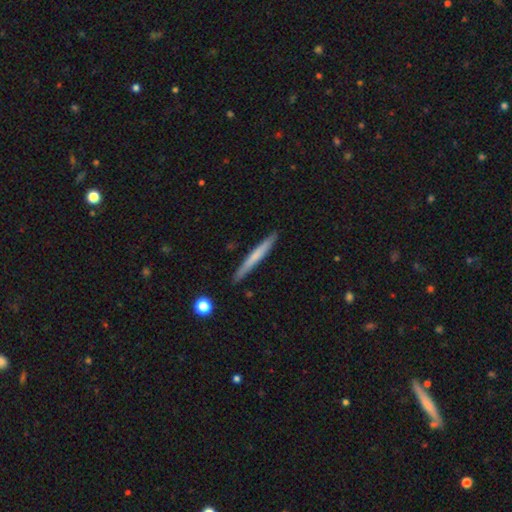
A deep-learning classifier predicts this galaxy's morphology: Smooth or featured? Predicted: smooth (p=0.58). How rounded? Predicted: cigar-shaped (p=0.97). Merging? Predicted: none (p=0.89).